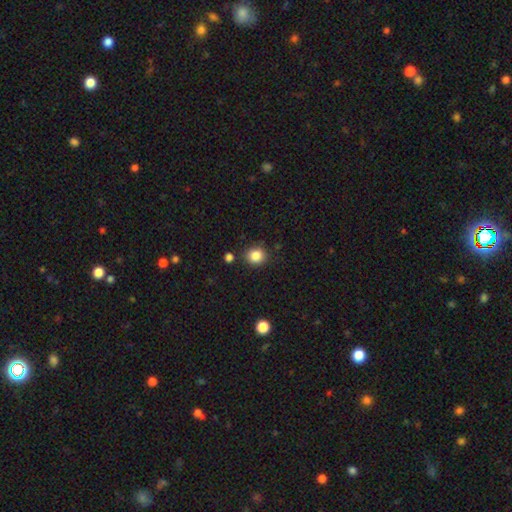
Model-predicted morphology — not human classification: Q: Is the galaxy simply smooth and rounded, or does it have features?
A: smooth — 85%.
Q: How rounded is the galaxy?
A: round — 81%.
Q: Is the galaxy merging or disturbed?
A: none — 85%.